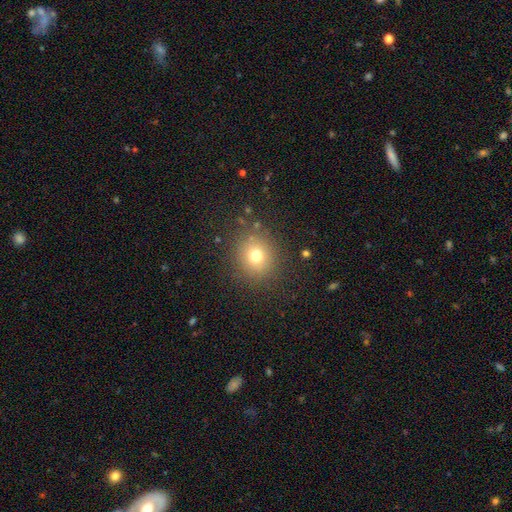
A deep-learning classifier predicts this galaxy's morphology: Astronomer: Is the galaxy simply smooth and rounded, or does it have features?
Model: smooth — 73%.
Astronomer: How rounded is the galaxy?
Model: round — 85%.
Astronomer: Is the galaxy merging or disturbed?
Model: none — 86%.